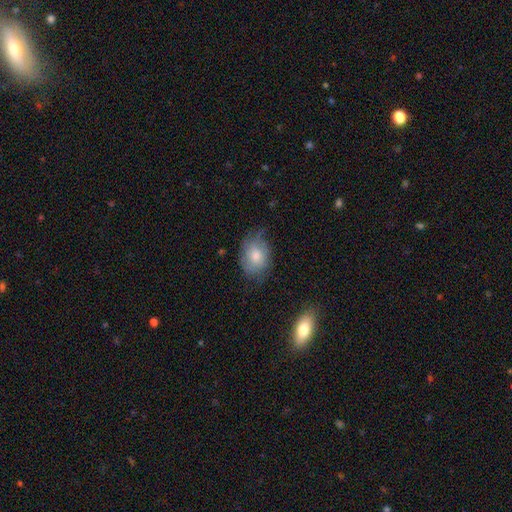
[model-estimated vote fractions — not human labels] This appears to be a smooth galaxy with no disk features (71%) that is in between round and cigar-shaped (78%). Merging: none (56%).